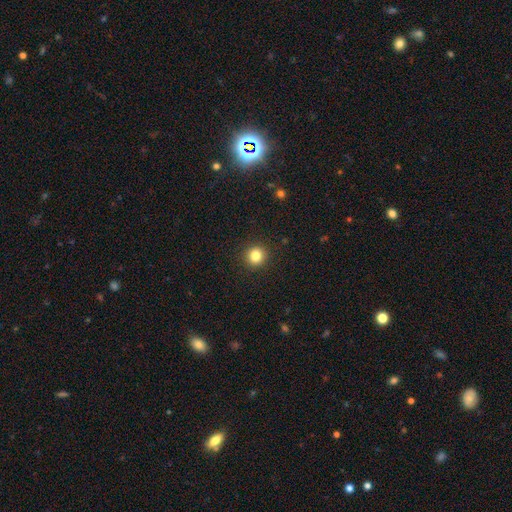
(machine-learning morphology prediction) A smooth galaxy with no disk features (82%) that is round (93%).

Vote fractions:
- Smooth or featured? smooth: 82% / star or artifact: 12% / featured or disk: 6%
- How rounded? round: 93% / in between: 6% / cigar-shaped: 1%
- Merging? none: 92% / minor disturbance: 5% / major disturbance: 2% / merger: 1%